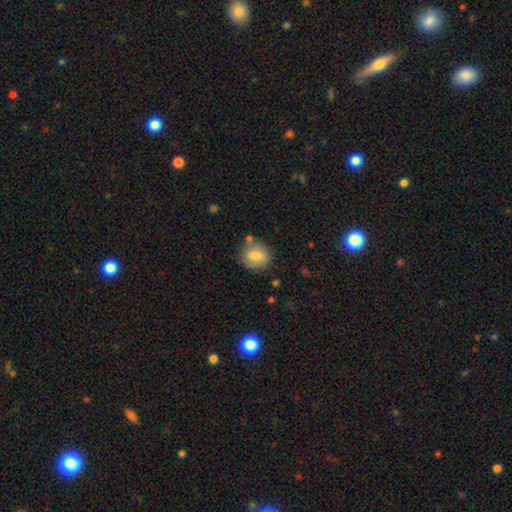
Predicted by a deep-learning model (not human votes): The model was most divided on "how rounded": round: 77%, in between: 22%, cigar-shaped: 1%. More confident: smooth or featured — smooth (74%); merging — none (73%).